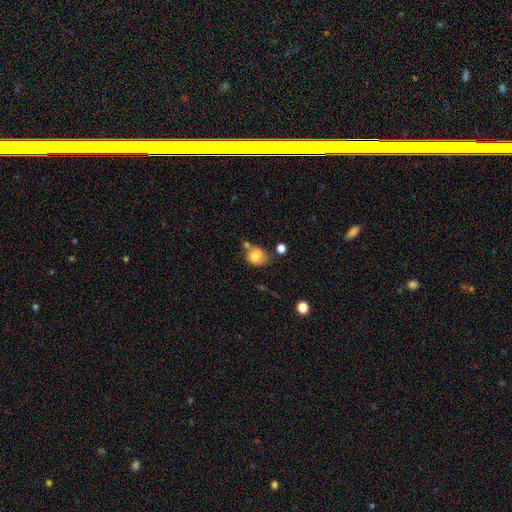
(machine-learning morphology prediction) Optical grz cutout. It shows a smooth galaxy with no disk features (72%) that is round (56%). Merging: none (48%).